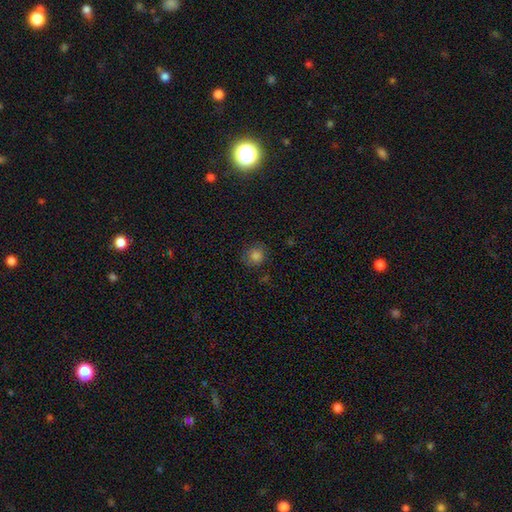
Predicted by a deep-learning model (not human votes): smooth_or_featured: smooth (p=0.81) [alt: star or artifact p=0.14]
how_rounded: round (p=0.87) [alt: in between p=0.12]
merging: none (p=0.80) [alt: minor disturbance p=0.14]